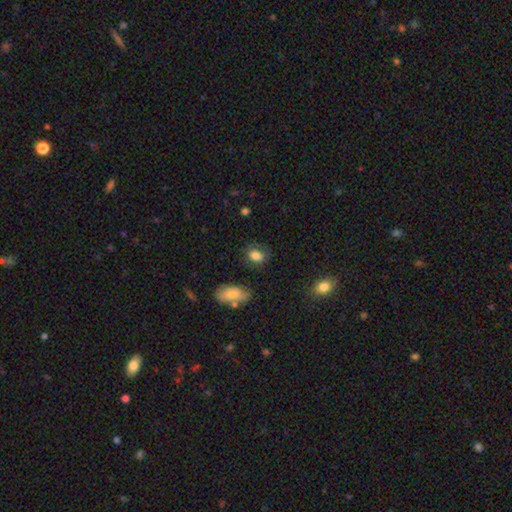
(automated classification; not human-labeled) This appears to be a smooth galaxy with no disk features (81%) that is in between round and cigar-shaped (71%). Merging: none (69%).